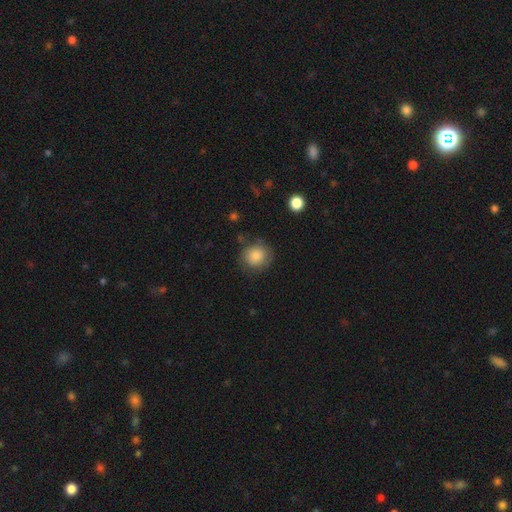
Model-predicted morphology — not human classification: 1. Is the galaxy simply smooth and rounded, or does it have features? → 85% smooth, 8% star or artifact, 7% featured or disk.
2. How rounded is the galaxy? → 85% round, 14% in between, 1% cigar-shaped.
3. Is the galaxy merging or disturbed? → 76% none, 17% minor disturbance, 5% major disturbance, 2% merger.